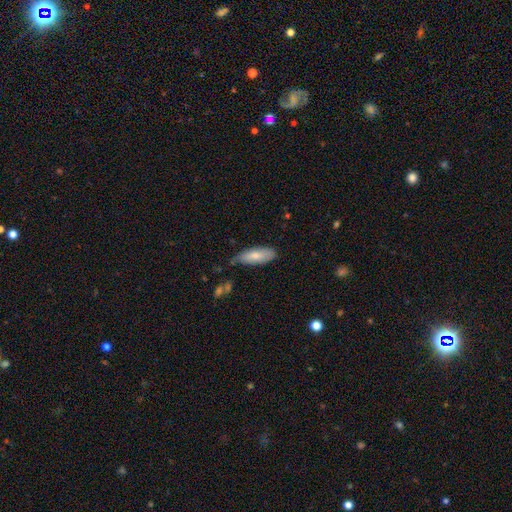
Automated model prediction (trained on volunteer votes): This appears to be a smooth galaxy with no disk features (78%) that is in between round and cigar-shaped (67%). Merging: none (62%).